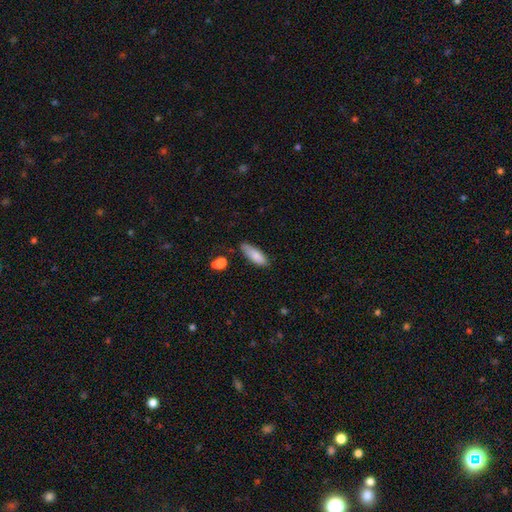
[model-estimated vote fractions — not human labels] The model was most divided on "how rounded": in between: 68%, cigar-shaped: 30%, round: 2%. More confident: smooth or featured — smooth (84%); merging — none (69%).